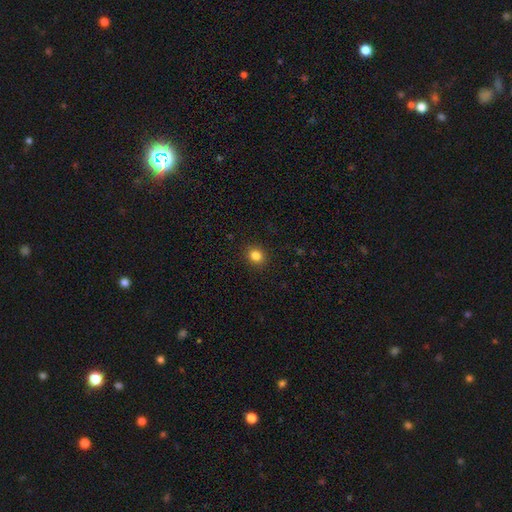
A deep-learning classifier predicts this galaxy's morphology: A smooth galaxy with no disk features (83%) that is round (70%). Merging: none (91%).